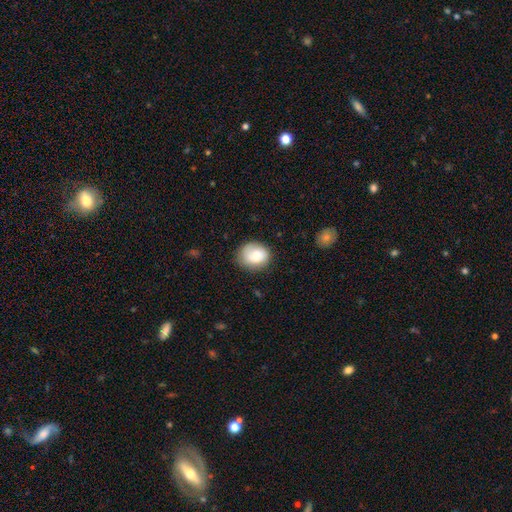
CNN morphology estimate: Smooth or featured? smooth (78%)
How rounded? round (55%)
Merging? none (71%)